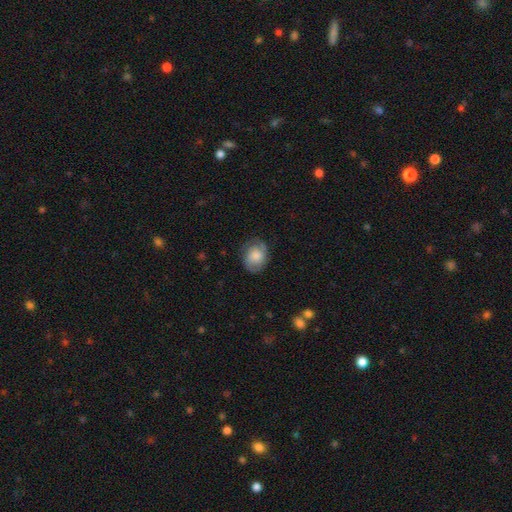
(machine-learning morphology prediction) smooth-or-featured: smooth: 52% | featured or disk: 40% | star or artifact: 8%
  how-rounded: in between: 56% | round: 43% | cigar-shaped: 1%
  merging: none: 74% | minor disturbance: 18% | major disturbance: 7% | merger: 1%